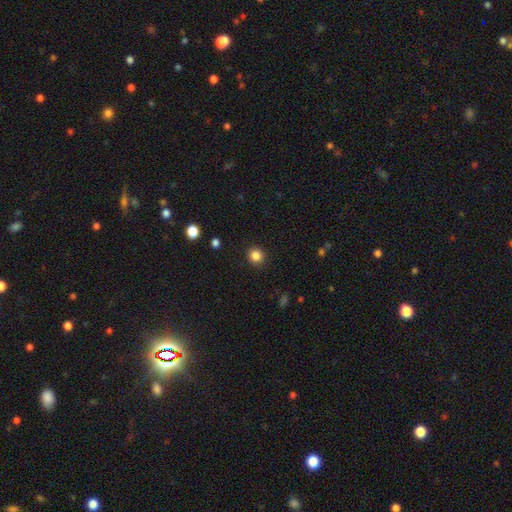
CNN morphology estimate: smooth 85%, star or artifact 11%, featured or disk 4%. Down the decision tree: how rounded — round (86%); merging — none (91%).